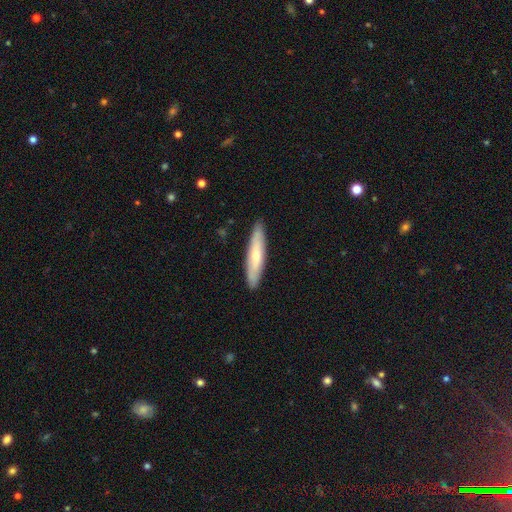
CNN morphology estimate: smooth_or_featured: smooth (p=0.59) [alt: featured or disk p=0.36]
how_rounded: cigar-shaped (p=0.85) [alt: in between p=0.14]
merging: none (p=0.89) [alt: minor disturbance p=0.08]